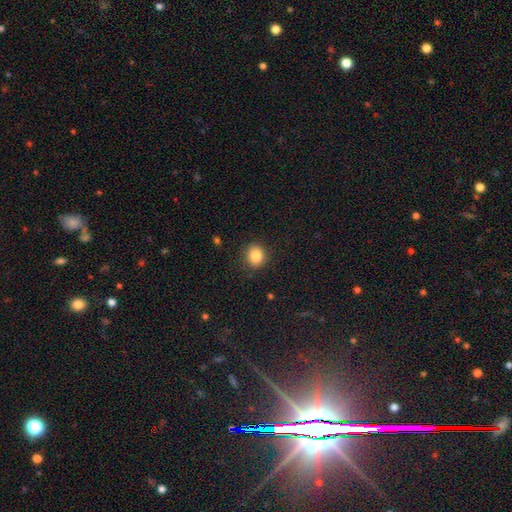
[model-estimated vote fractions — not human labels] This is clearly a smooth galaxy (85%). How rounded: likely round (75%). Merging: clearly none (88%).